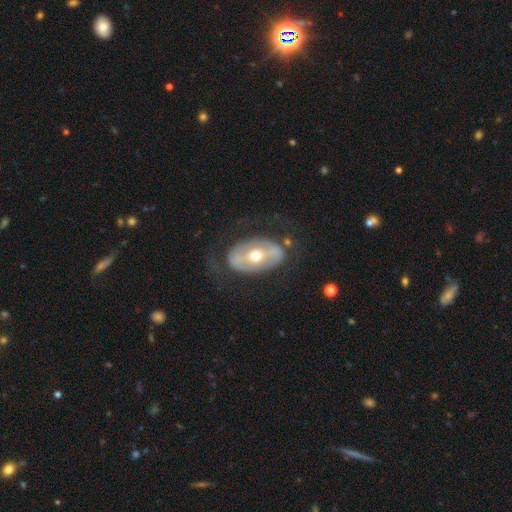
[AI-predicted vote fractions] This appears to be a featured or disk galaxy (68%) with a strong bar (36%, tied with no), no spiral arms (60%) and a moderate central bulge (72%). Merging: none (67%).